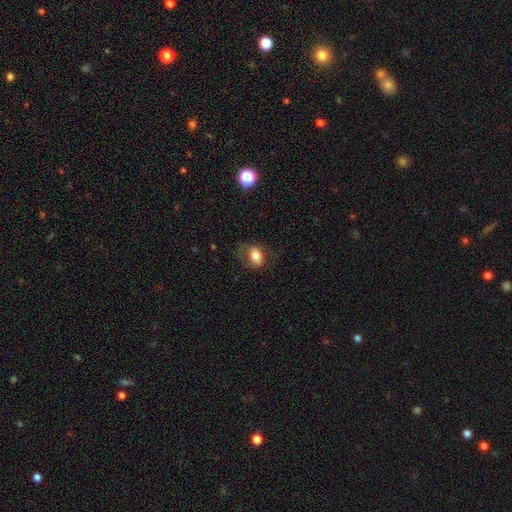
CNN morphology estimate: Smooth or featured? Predicted: smooth (p=0.73). How rounded? Predicted: in between (p=0.79). Merging? Predicted: none (p=0.65).